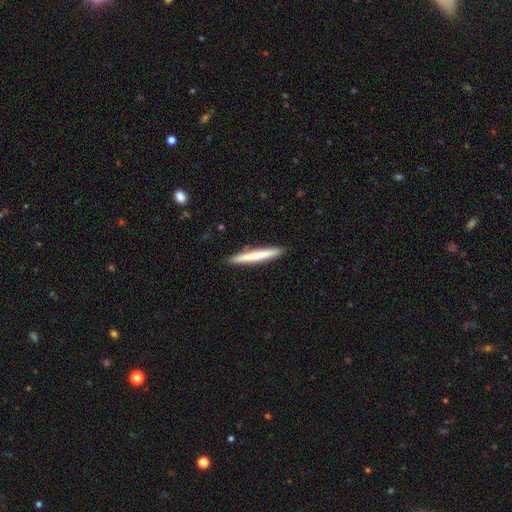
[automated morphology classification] Smooth or featured?
  - smooth: 69% *
  - featured or disk: 26%
  - star or artifact: 5%
How rounded?
  - cigar-shaped: 96% *
  - in between: 3%
  - round: 1%
Merging?
  - none: 91% *
  - minor disturbance: 6%
  - major disturbance: 1%
  - merger: 1%